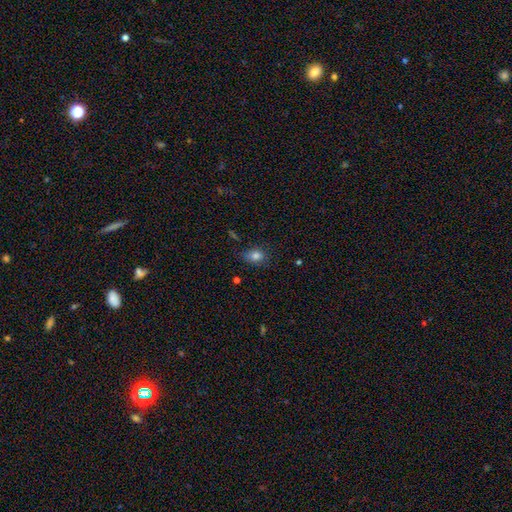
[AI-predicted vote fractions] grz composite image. It shows a smooth galaxy with no disk features (82%) that is in between round and cigar-shaped (66%). Merging: none (76%).